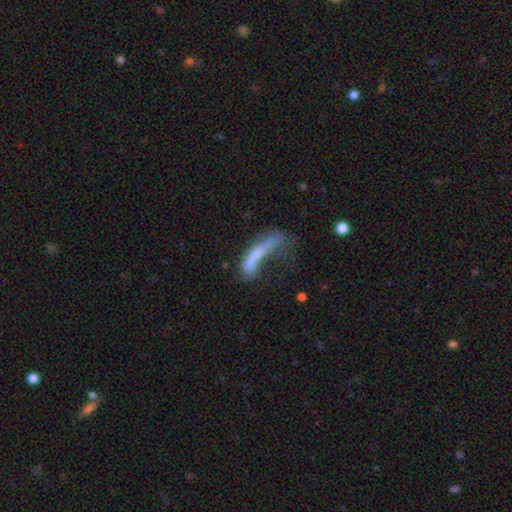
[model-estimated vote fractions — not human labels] A smooth galaxy with no disk features (56%) that is cigar-shaped (81%). Merging: major disturbance (45%).